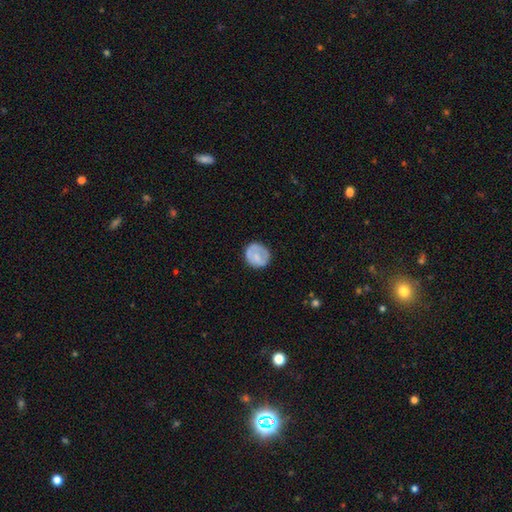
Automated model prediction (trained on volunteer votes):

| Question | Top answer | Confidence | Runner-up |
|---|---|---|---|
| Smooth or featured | smooth | 66% | featured or disk (27%) |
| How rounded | round | 77% | in between (22%) |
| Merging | none | 73% | minor disturbance (18%) |